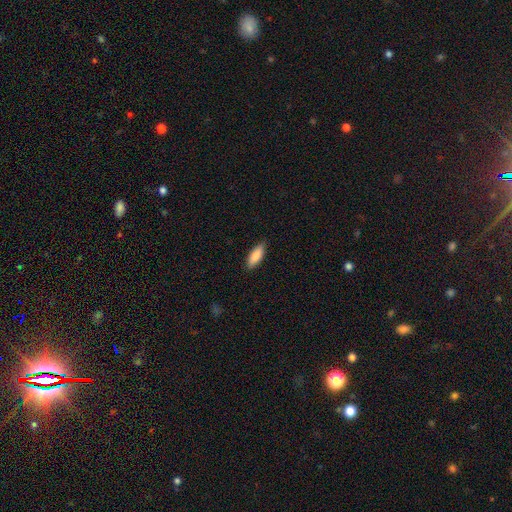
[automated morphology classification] smooth_or_featured: smooth (p=0.86) [alt: featured or disk p=0.08]
how_rounded: in between (p=0.68) [alt: cigar-shaped p=0.30]
merging: none (p=0.87) [alt: minor disturbance p=0.10]